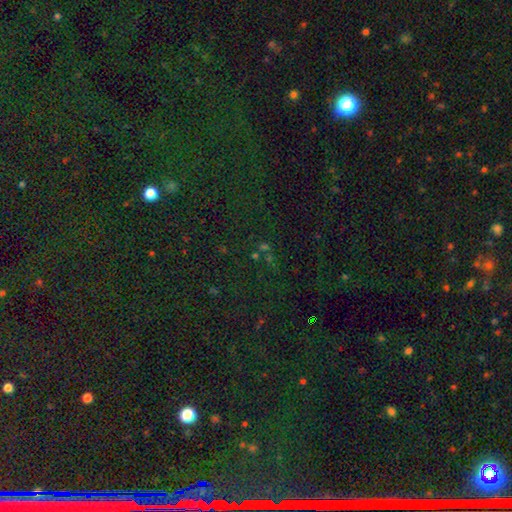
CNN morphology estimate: smooth_or_featured: star or artifact (p=0.69) [alt: smooth p=0.22]